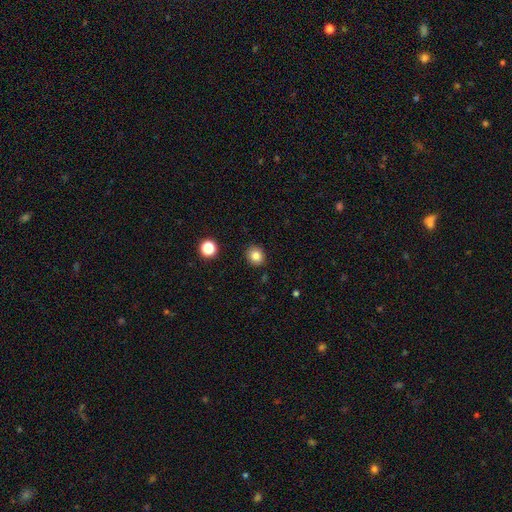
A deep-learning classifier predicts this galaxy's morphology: Smooth or featured? smooth (83%)
How rounded? round (77%)
Merging? none (89%)